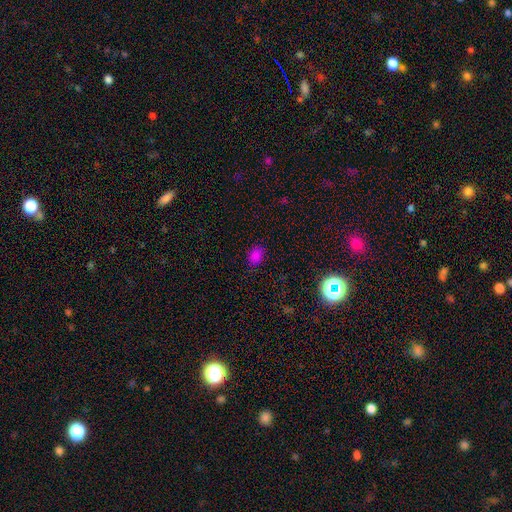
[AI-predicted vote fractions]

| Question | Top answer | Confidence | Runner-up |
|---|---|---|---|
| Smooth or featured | smooth | 79% | star or artifact (17%) |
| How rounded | in between | 72% | round (27%) |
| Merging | none | 83% | minor disturbance (13%) |